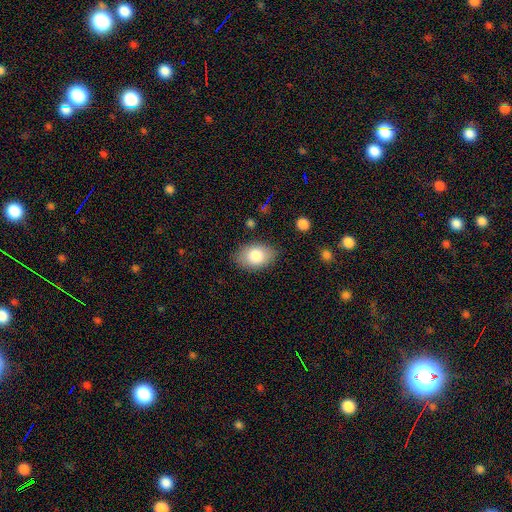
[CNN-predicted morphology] The model was most divided on "smooth or featured": smooth: 81%, featured or disk: 12%, star or artifact: 7%. More confident: how rounded — in between (87%); merging — none (83%).